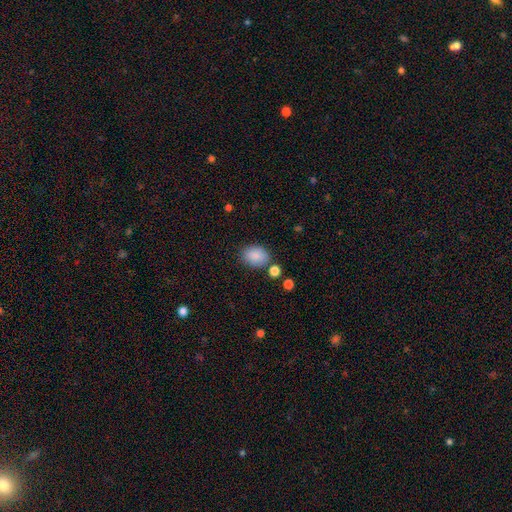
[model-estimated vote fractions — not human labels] Smooth or featured? smooth (87%)
How rounded? in between (72%)
Merging? none (75%)